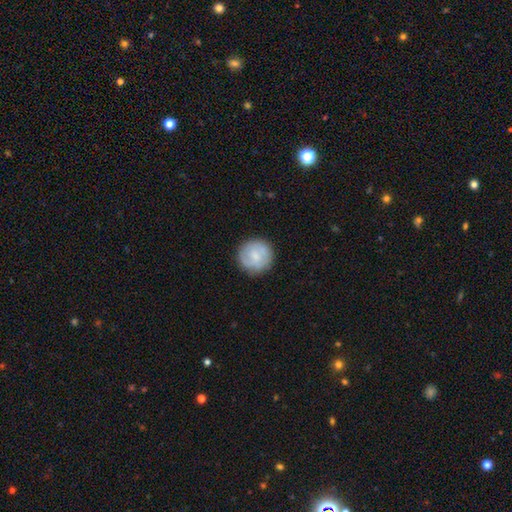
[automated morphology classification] type=smooth (59%); roundness=round (94%); merging=none (85%).